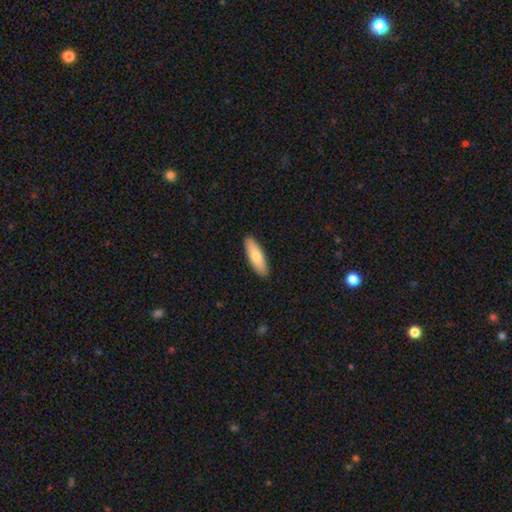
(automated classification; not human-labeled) Smooth or featured? Predicted: smooth (p=0.75). How rounded? Predicted: cigar-shaped (p=0.50). Merging? Predicted: none (p=0.91).